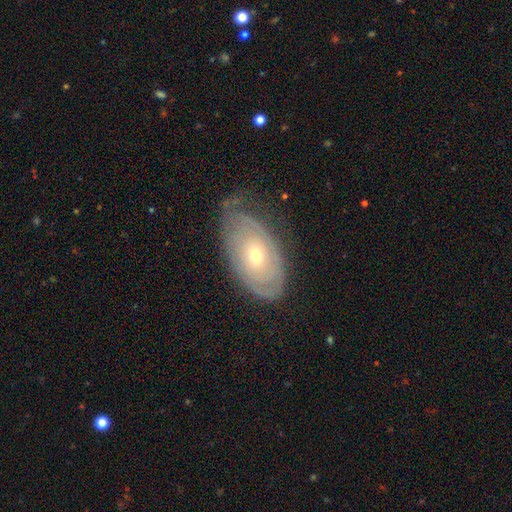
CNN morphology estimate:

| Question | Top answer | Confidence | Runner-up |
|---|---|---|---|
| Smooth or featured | featured or disk | 64% | smooth (28%) |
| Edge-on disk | no | 91% | yes (9%) |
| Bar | no | 83% | weak (14%) |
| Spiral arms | yes | 70% | no (30%) |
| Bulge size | small | 51% | moderate (45%) |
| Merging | none | 60% | minor disturbance (28%) |